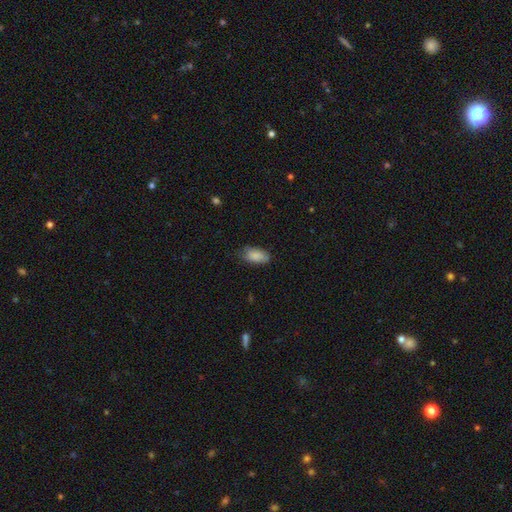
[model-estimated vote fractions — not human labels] A smooth galaxy with no disk features (87%) that is in between round and cigar-shaped (92%). Merging: none (69%).